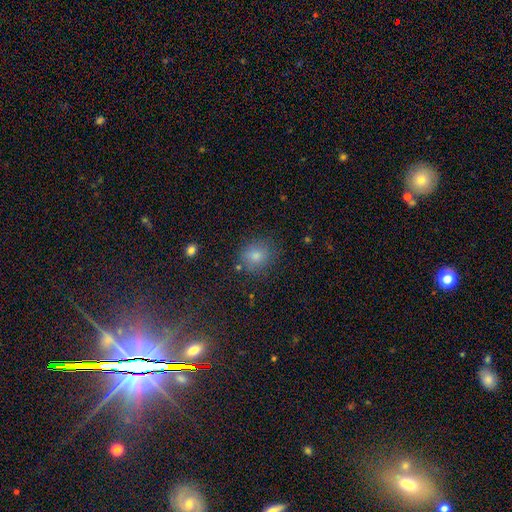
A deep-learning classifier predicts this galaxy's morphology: Overall: smooth (80%). How rounded: round (81%). Merging: none (80%).